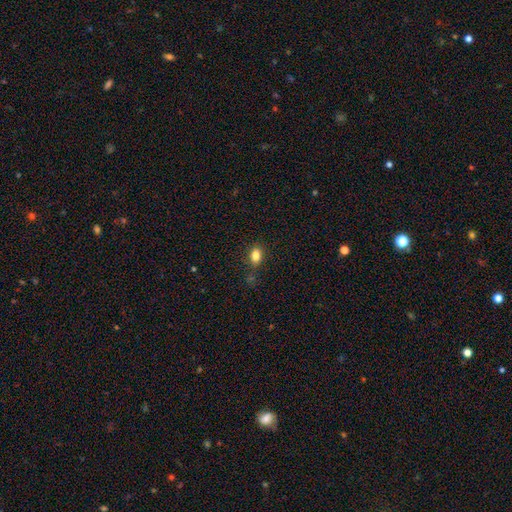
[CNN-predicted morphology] A smooth galaxy with no disk features (83%) that is in between round and cigar-shaped (77%). Merging: none (79%).